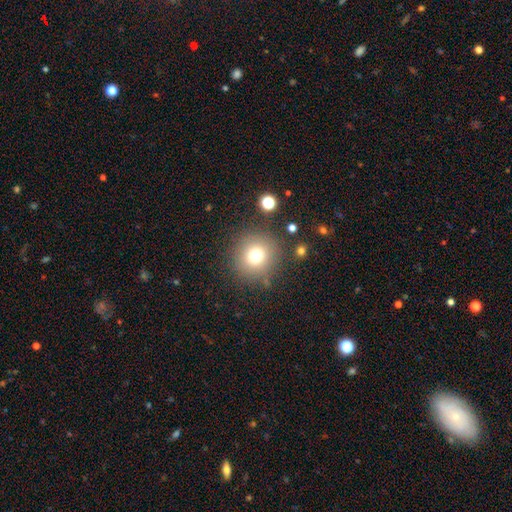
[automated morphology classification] type=smooth (74%); roundness=round (92%); merging=none (85%).